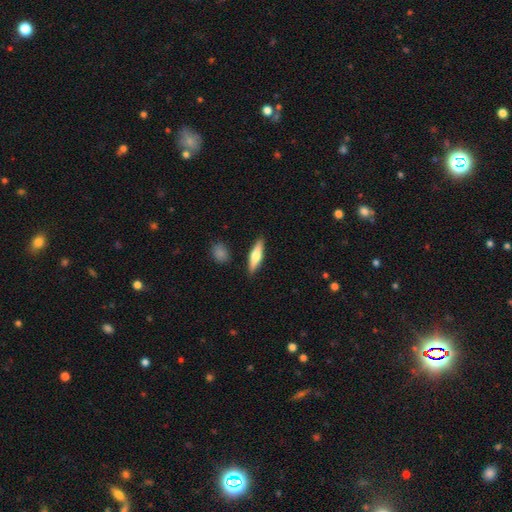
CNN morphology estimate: Q: Smooth or featured?
A: smooth (59%); runner-up: featured or disk (35%)
Q: How rounded?
A: cigar-shaped (68%); runner-up: in between (30%)
Q: Merging?
A: none (88%); runner-up: minor disturbance (8%)